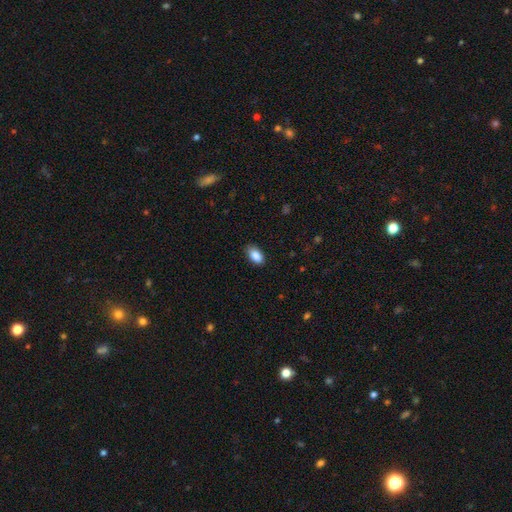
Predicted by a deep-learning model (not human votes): This appears to be a smooth galaxy with no disk features (89%) that is in between round and cigar-shaped (93%). Merging: none (86%).